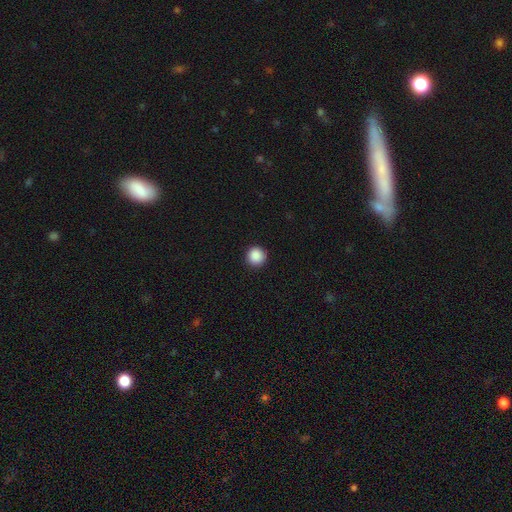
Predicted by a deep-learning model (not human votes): Smooth or featured? Predicted: smooth (p=0.88). How rounded? Predicted: round (p=0.96). Merging? Predicted: none (p=0.92).